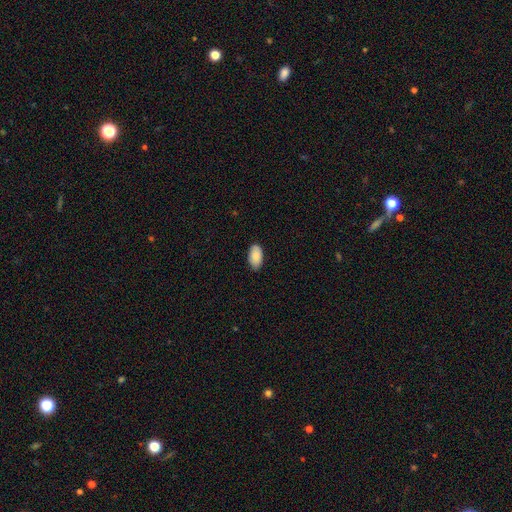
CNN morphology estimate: Overall: smooth (88%). How rounded: in between (95%). Merging: none (86%).